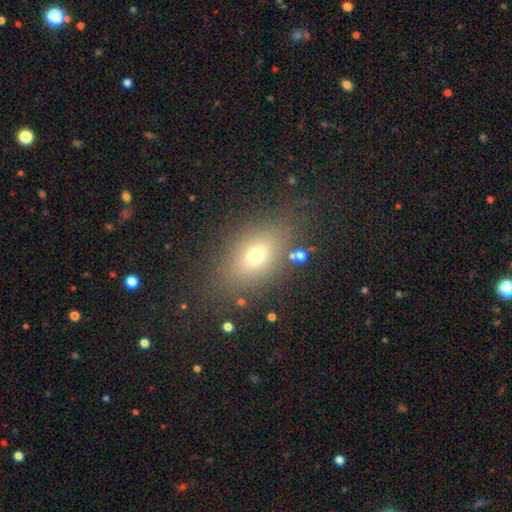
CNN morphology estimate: Smooth or featured?
  - smooth: 65% *
  - featured or disk: 18%
  - star or artifact: 16%
How rounded?
  - in between: 79% *
  - round: 15%
  - cigar-shaped: 7%
Merging?
  - none: 80% *
  - minor disturbance: 11%
  - major disturbance: 6%
  - merger: 3%